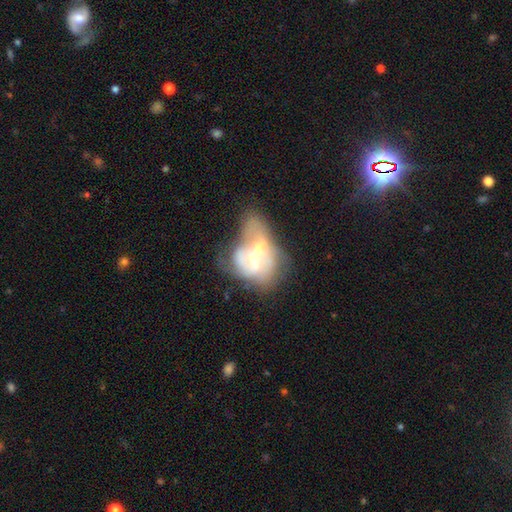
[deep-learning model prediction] This appears to be a featured or disk galaxy (59%) with no bar (74%), no spiral arms (70%) and a moderate central bulge (55%). Merging: merger (68%).